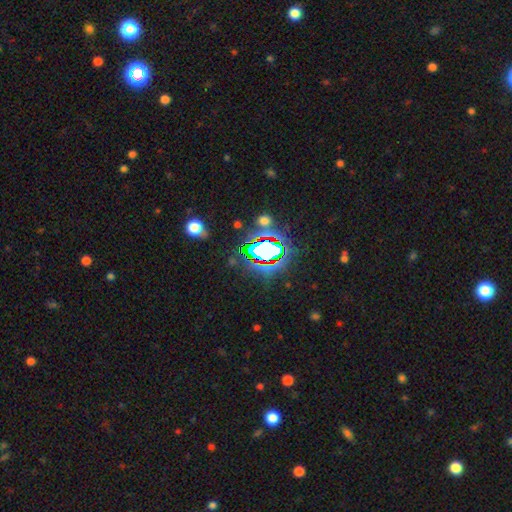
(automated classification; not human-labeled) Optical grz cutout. It shows a star or artifact, not a galaxy (78%).